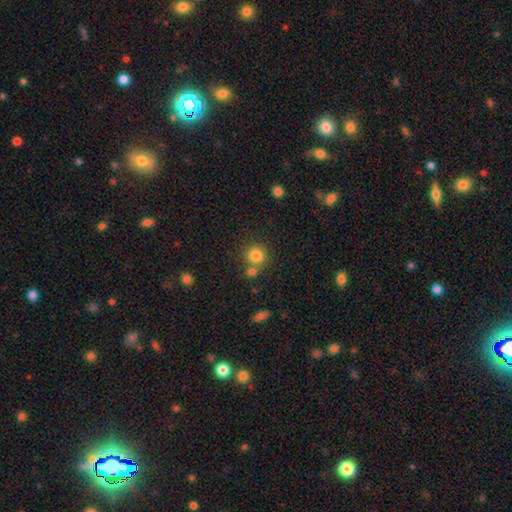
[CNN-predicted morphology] This is clearly a smooth galaxy (82%). How rounded: clearly round (89%). Merging: likely none (65%).